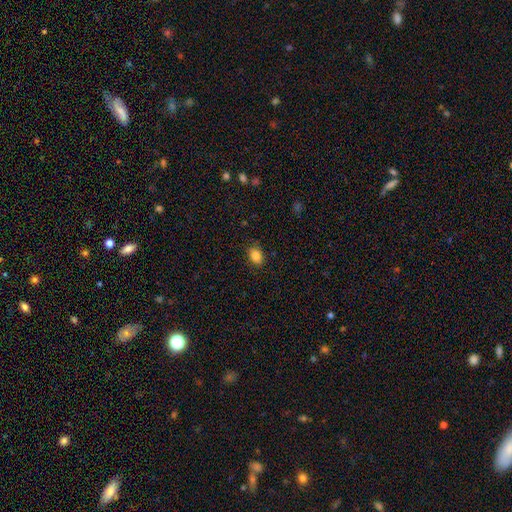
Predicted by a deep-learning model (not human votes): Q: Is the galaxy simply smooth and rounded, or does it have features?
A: smooth — 86%.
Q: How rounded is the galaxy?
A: in between — 76%.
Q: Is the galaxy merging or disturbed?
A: none — 83%.